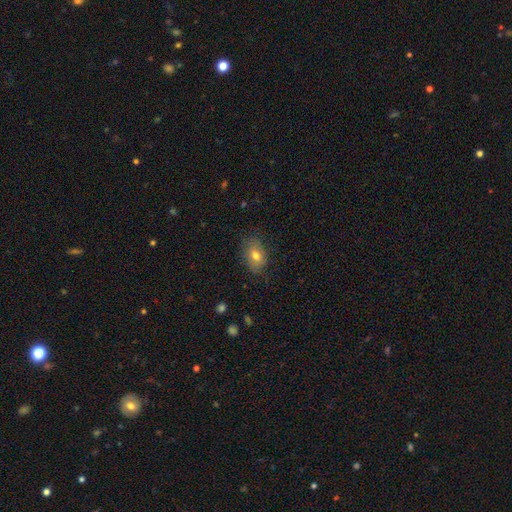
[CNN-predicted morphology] smooth 77%, featured or disk 14%, star or artifact 10%. Down the decision tree: how rounded — in between (77%); merging — none (79%).